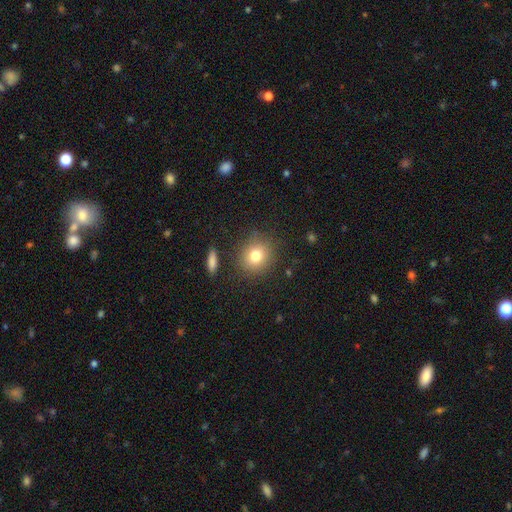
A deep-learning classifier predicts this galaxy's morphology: A smooth galaxy with no disk features (78%) that is round (83%). Merging: none (85%).